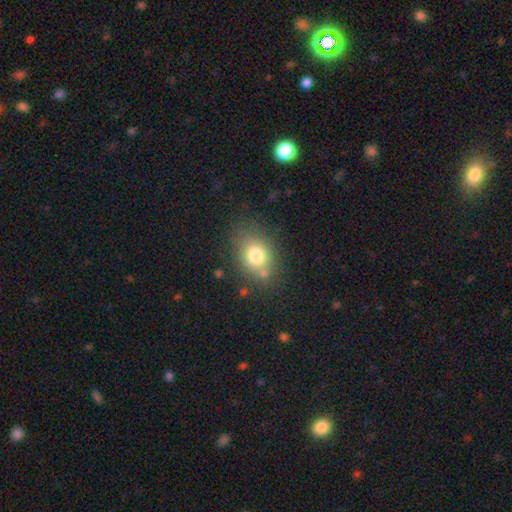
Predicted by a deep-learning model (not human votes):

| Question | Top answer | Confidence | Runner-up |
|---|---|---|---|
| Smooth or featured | smooth | 76% | featured or disk (12%) |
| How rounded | in between | 60% | round (39%) |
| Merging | none | 69% | minor disturbance (16%) |